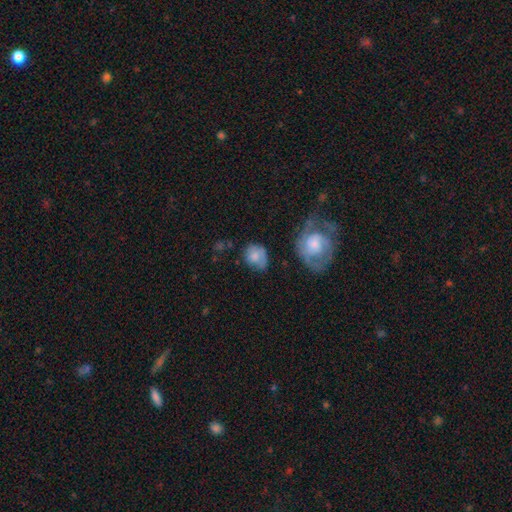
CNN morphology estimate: Smooth or featured? Predicted: smooth (p=0.70). How rounded? Predicted: round (p=0.61). Merging? Predicted: none (p=0.52).